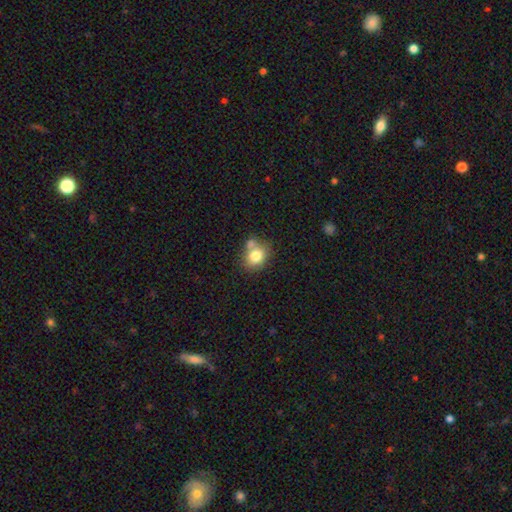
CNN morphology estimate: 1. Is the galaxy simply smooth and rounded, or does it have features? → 78% smooth, 12% featured or disk, 10% star or artifact.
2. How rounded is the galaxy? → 54% round, 45% in between, 1% cigar-shaped.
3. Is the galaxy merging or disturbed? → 51% none, 28% merger, 16% minor disturbance, 5% major disturbance.